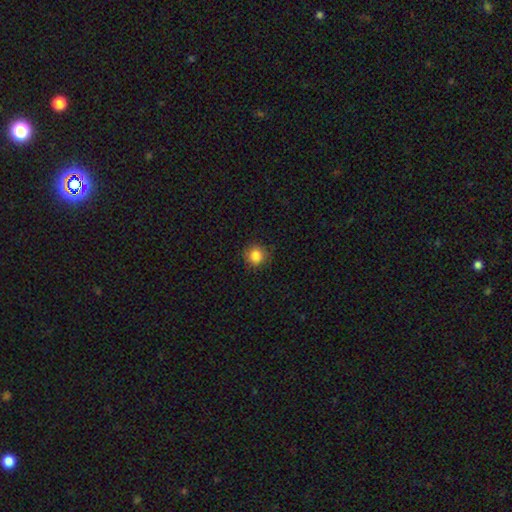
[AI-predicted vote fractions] smooth 85%, star or artifact 10%, featured or disk 5%. Down the decision tree: how rounded — round (91%); merging — none (85%).